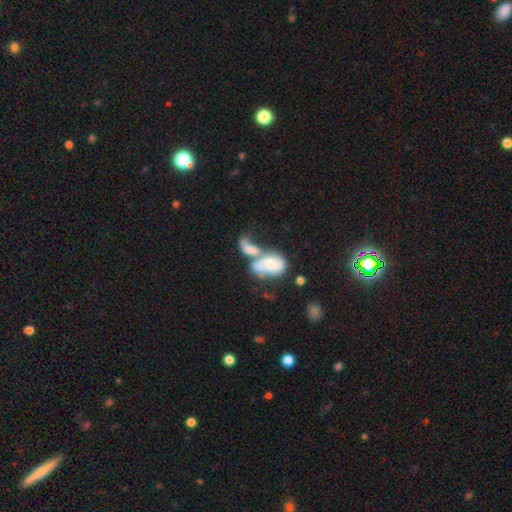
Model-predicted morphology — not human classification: Smooth or featured? smooth (43%)
Merging? merger (60%)